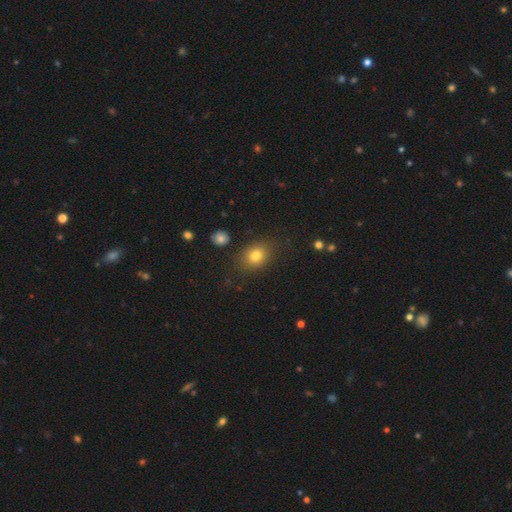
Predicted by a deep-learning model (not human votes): Smooth or featured?
  - smooth: 79% *
  - star or artifact: 12%
  - featured or disk: 9%
How rounded?
  - in between: 53% *
  - round: 45%
  - cigar-shaped: 1%
Merging?
  - none: 79% *
  - minor disturbance: 13%
  - major disturbance: 5%
  - merger: 3%